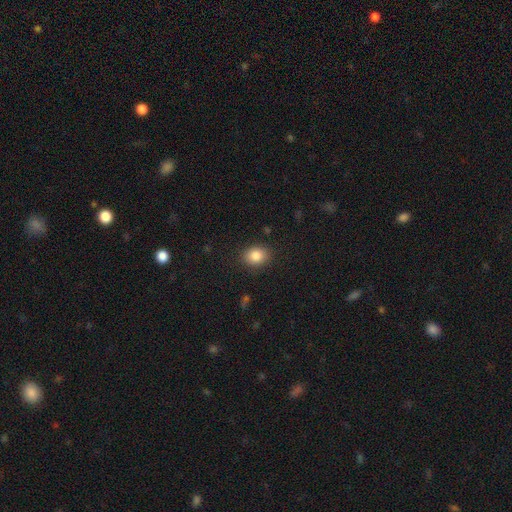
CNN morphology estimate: This appears to be a smooth galaxy with no disk features (86%) that is in between round and cigar-shaped (50%). Merging: none (87%).